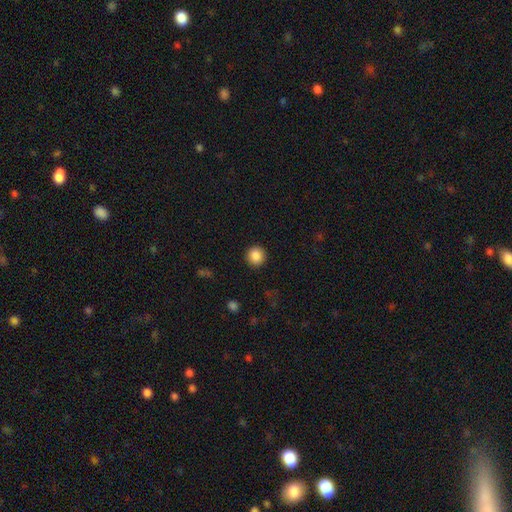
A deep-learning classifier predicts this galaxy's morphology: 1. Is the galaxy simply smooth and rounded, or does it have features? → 87% smooth, 9% star or artifact, 4% featured or disk.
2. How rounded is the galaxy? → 94% round, 5% in between, 1% cigar-shaped.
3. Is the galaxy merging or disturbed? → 92% none, 5% minor disturbance, 2% major disturbance, 1% merger.